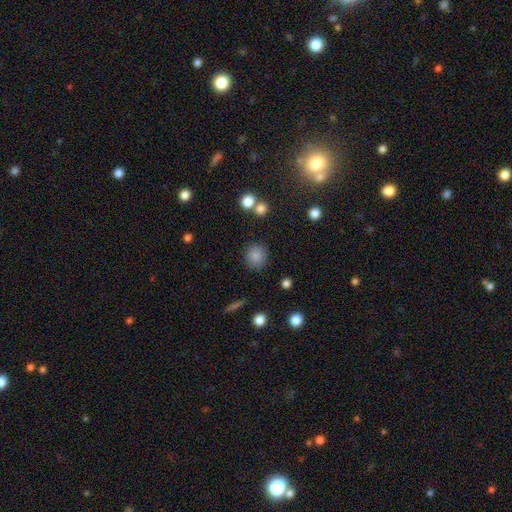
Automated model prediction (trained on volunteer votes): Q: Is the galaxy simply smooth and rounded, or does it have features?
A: smooth — 84%.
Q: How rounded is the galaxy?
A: round — 90%.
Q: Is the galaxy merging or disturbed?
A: none — 86%.